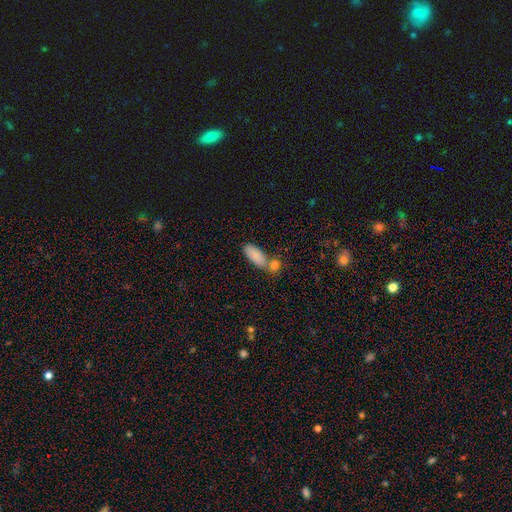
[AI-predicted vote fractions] smooth 85%, featured or disk 8%, star or artifact 7%. Down the decision tree: how rounded — in between (82%); merging — none (51%).